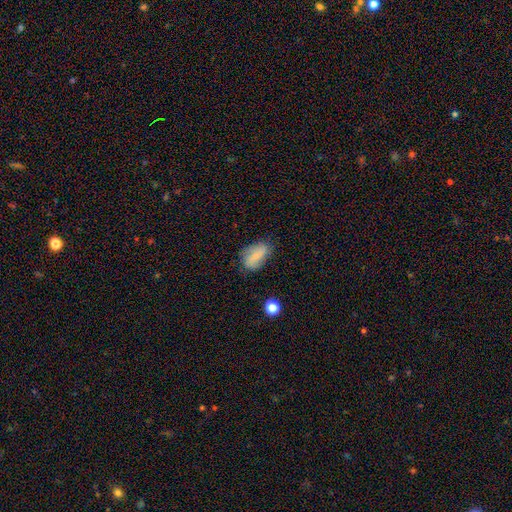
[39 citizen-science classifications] Smooth or featured?
  - smooth: 59% *
  - featured or disk: 33%
  - star or artifact: 8%
How rounded?
  - in between: 96% *
  - cigar-shaped: 4%
  - round: 0%
Merging?
  - none: 67% *
  - minor disturbance: 25%
  - major disturbance: 6%
  - merger: 3%